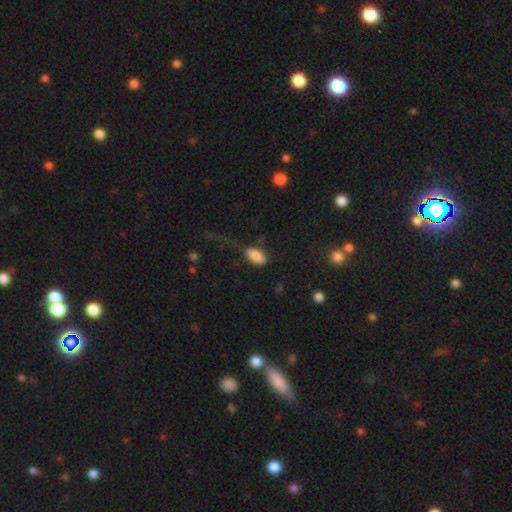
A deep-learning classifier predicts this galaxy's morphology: This is clearly a smooth galaxy (86%). How rounded: clearly in between (93%). Merging: marginally none (41%).